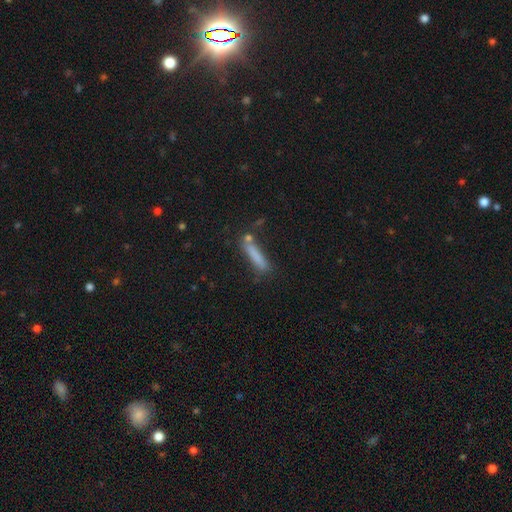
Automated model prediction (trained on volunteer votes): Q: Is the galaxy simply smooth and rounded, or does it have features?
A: smooth — 77%.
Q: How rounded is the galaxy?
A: cigar-shaped — 89%.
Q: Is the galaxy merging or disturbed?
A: none — 69%.